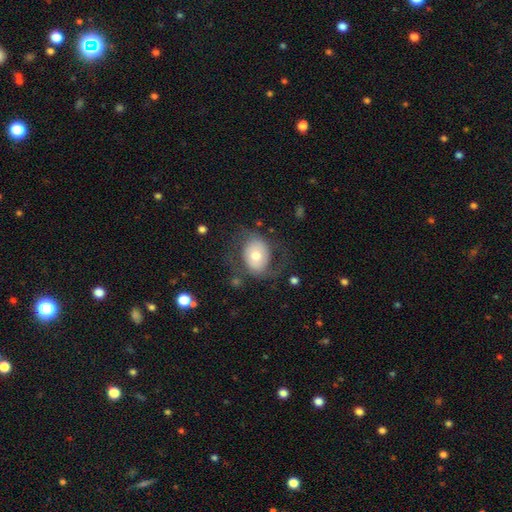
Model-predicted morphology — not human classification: Smooth or featured? featured or disk (50%)
Merging? none (58%)